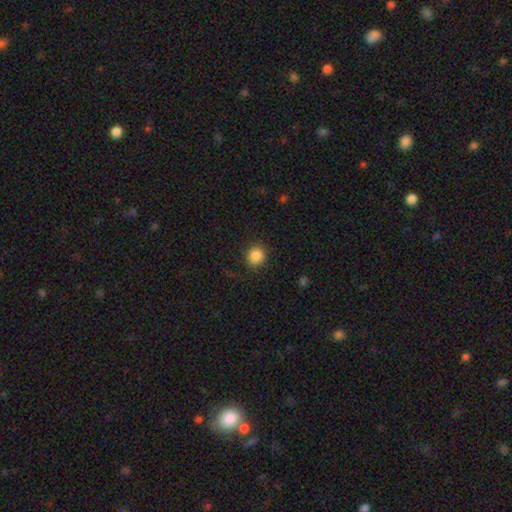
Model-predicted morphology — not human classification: Smooth or featured: smooth — 86% (star or artifact — 10%)
How rounded: round — 87% (in between — 12%)
Merging: none — 88% (minor disturbance — 8%)